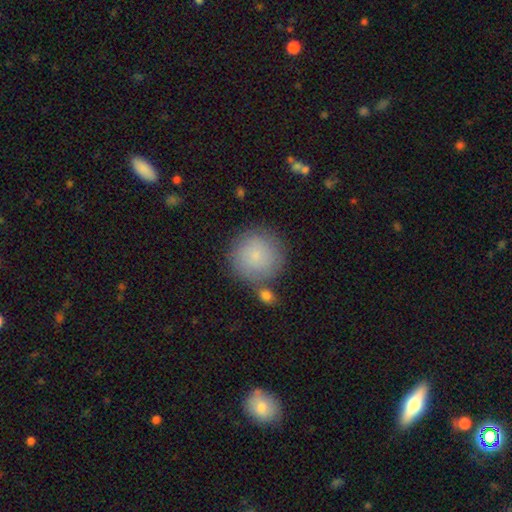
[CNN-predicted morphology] smooth 81%, featured or disk 12%, star or artifact 7%. Down the decision tree: how rounded — round (95%); merging — none (71%).